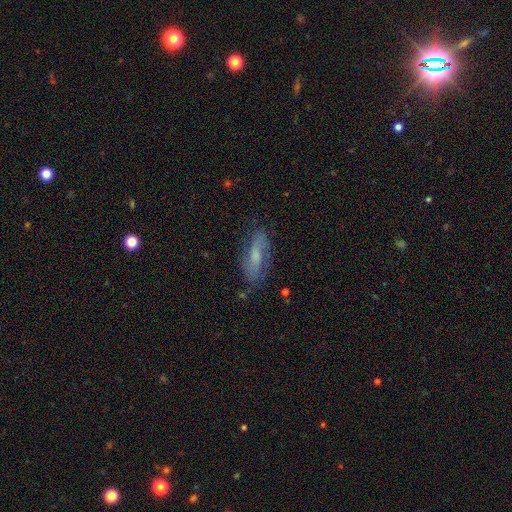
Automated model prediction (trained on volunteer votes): featured or disk 54%, smooth 37%, star or artifact 9%. Down the decision tree: edge-on disk — no (82%); merging — none (72%).